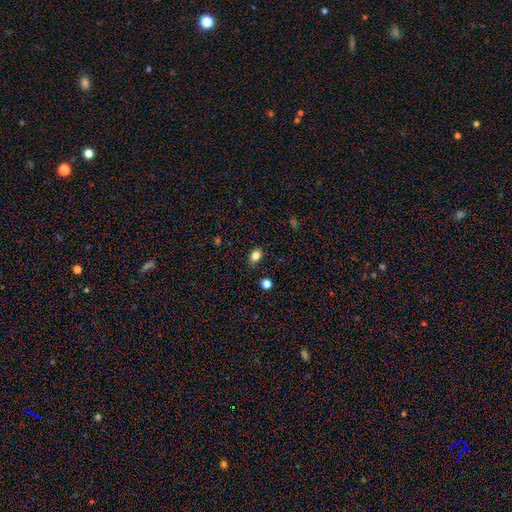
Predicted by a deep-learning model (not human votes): smooth 83%, star or artifact 11%, featured or disk 5%. Down the decision tree: how rounded — in between (70%); merging — none (84%).